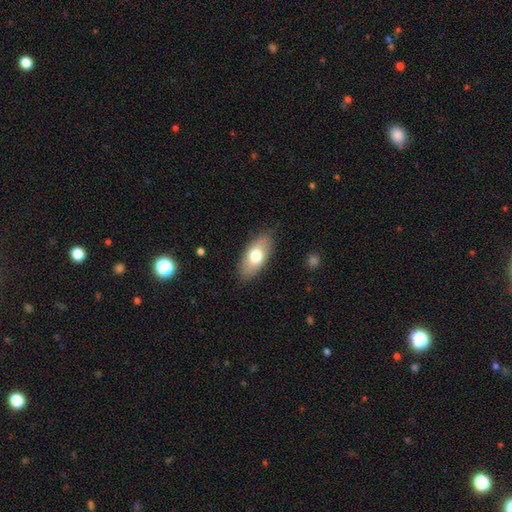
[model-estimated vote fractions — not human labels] Q: Smooth or featured?
A: smooth (72%); runner-up: featured or disk (22%)
Q: How rounded?
A: in between (90%); runner-up: cigar-shaped (7%)
Q: Merging?
A: none (85%); runner-up: minor disturbance (11%)